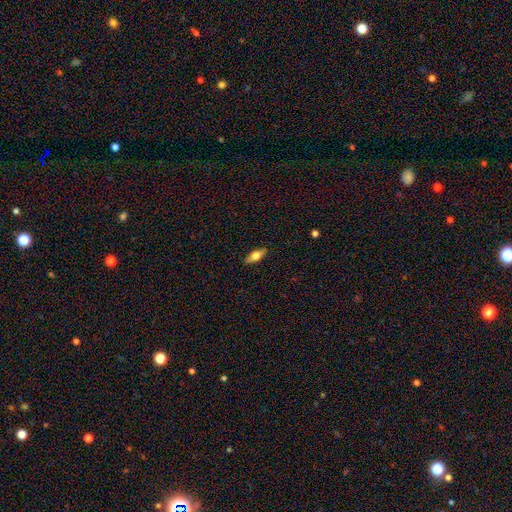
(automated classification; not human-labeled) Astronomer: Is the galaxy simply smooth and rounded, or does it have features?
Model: smooth — 70%.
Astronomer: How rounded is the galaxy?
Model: in between — 77%.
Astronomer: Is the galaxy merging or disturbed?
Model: none — 88%.